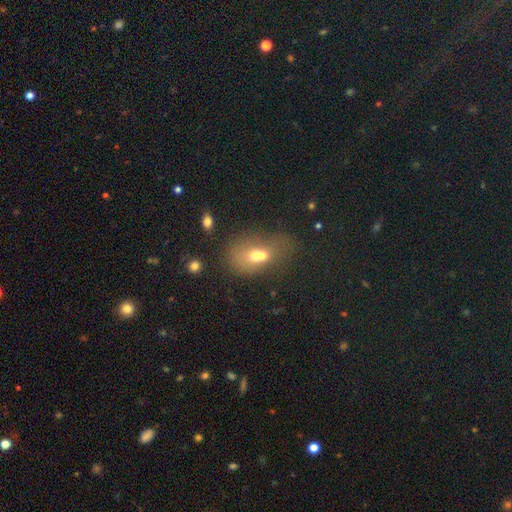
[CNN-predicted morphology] A smooth galaxy with no disk features (58%) that is in between round and cigar-shaped (60%). Merging: merger (61%).